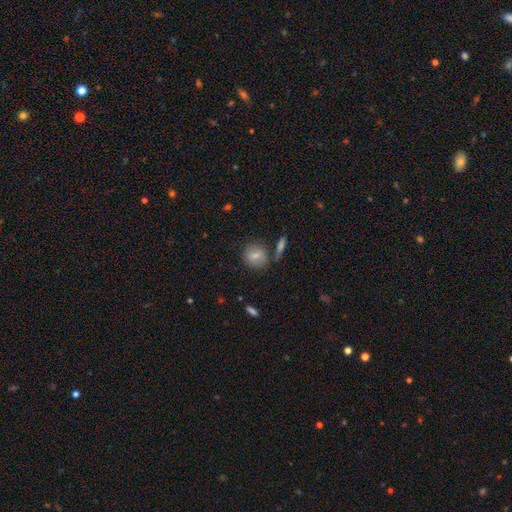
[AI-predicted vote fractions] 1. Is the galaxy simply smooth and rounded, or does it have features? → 75% smooth, 16% featured or disk, 8% star or artifact.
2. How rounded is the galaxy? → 74% round, 24% in between, 2% cigar-shaped.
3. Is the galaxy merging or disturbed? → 72% none, 15% minor disturbance, 10% merger, 4% major disturbance.